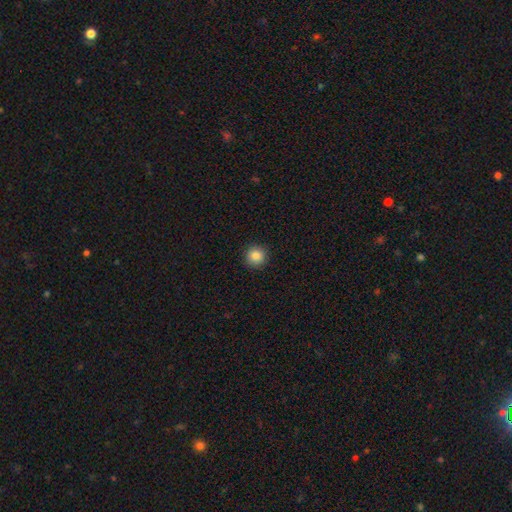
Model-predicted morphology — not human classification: Overall: smooth (85%). How rounded: round (94%). Merging: none (92%).